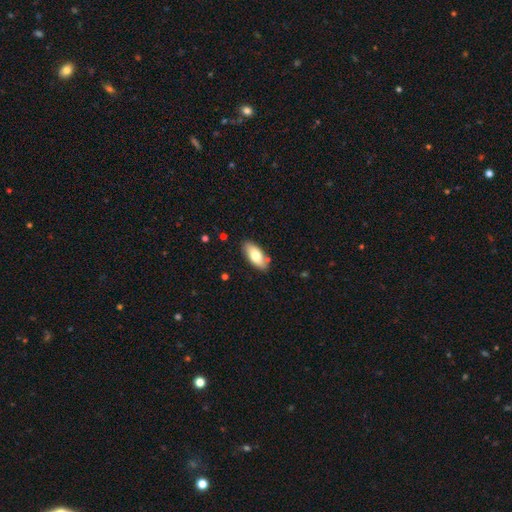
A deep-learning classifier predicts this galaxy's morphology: This is likely a smooth galaxy (73%). How rounded: clearly in between (88%). Merging: clearly none (84%).